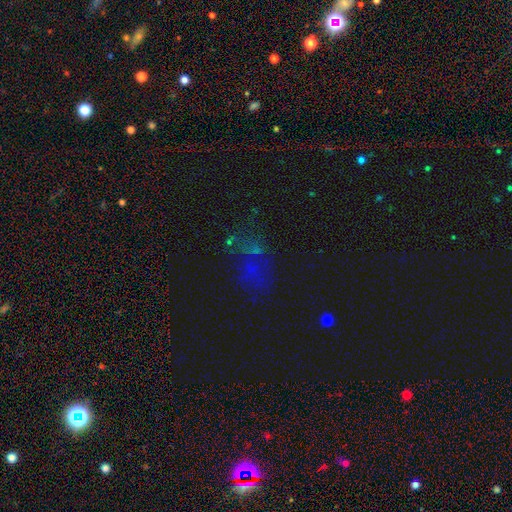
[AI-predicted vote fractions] Morphology: type=star or artifact (44%).